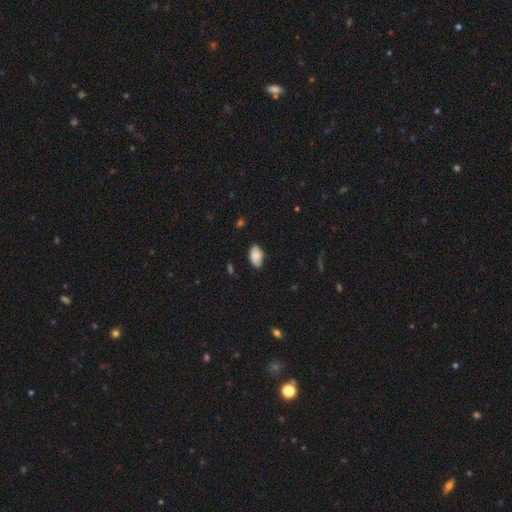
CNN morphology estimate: Smooth or featured? smooth (84%)
How rounded? in between (93%)
Merging? none (75%)